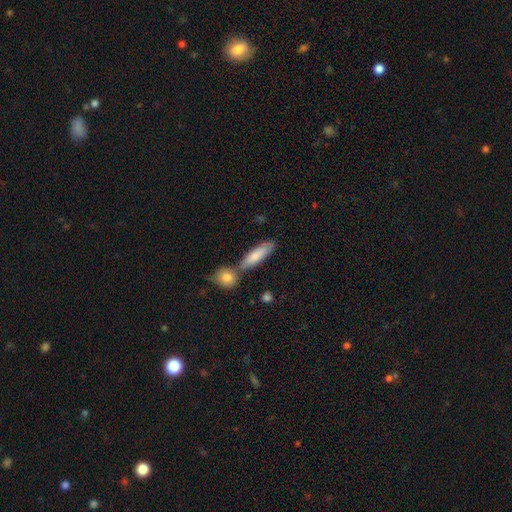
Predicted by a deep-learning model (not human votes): smooth-or-featured: smooth: 78% | featured or disk: 16% | star or artifact: 6%
  how-rounded: cigar-shaped: 52% | in between: 45% | round: 3%
  merging: none: 54% | merger: 29% | minor disturbance: 13% | major disturbance: 4%